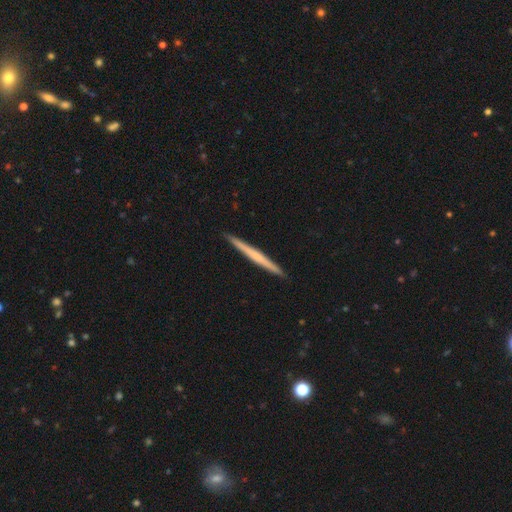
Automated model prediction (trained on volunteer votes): smooth_or_featured: featured or disk (p=0.51) [alt: smooth p=0.44]
disk_edge_on: yes (p=0.98) [alt: no p=0.02]
merging: none (p=0.93) [alt: minor disturbance p=0.05]